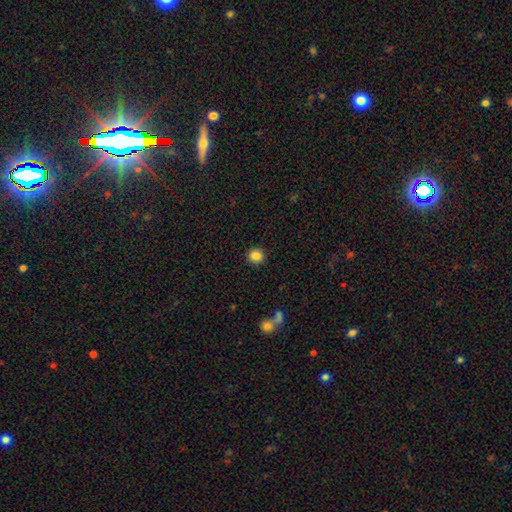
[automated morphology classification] smooth 86%, star or artifact 9%, featured or disk 5%. Down the decision tree: how rounded — round (80%); merging — none (89%).